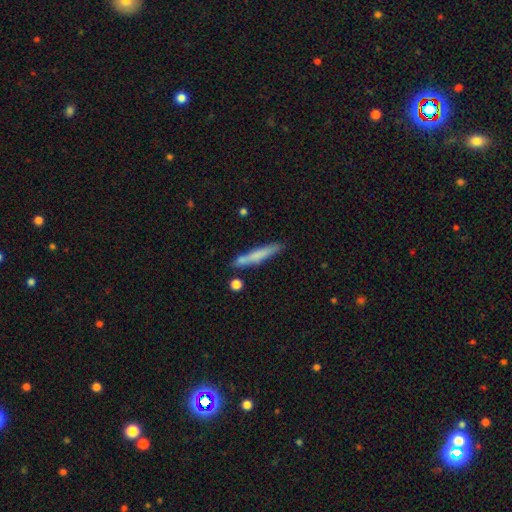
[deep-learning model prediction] A smooth galaxy with no disk features (65%) that is cigar-shaped (95%).

Vote fractions:
- Smooth or featured? smooth: 65% / featured or disk: 28% / star or artifact: 7%
- How rounded? cigar-shaped: 95% / in between: 4% / round: 1%
- Merging? none: 80% / minor disturbance: 12% / merger: 5% / major disturbance: 2%